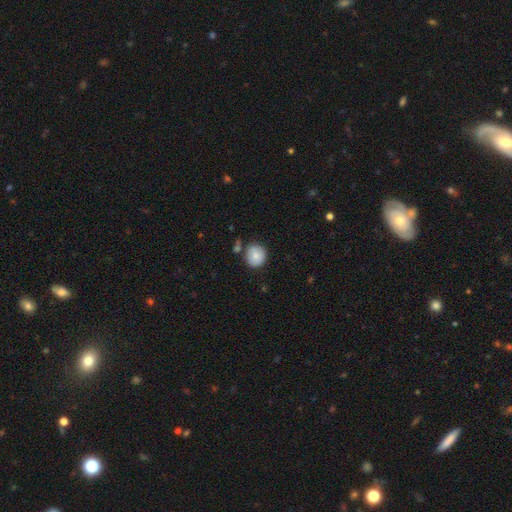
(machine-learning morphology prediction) Smooth or featured? Predicted: smooth (p=0.83). How rounded? Predicted: round (p=0.89). Merging? Predicted: none (p=0.78).